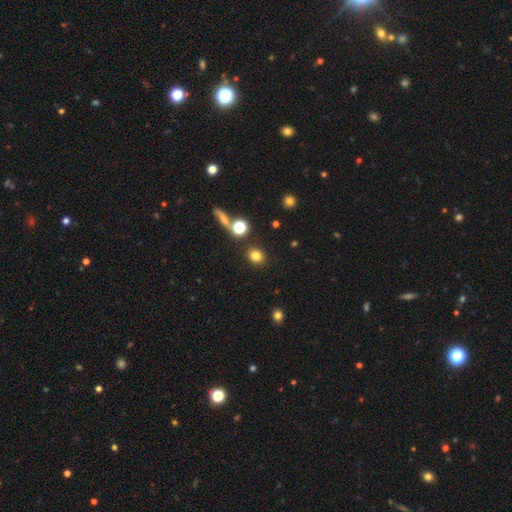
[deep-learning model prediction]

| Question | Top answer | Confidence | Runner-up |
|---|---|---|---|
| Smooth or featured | smooth | 78% | star or artifact (15%) |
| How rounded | round | 83% | in between (16%) |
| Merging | none | 84% | minor disturbance (7%) |